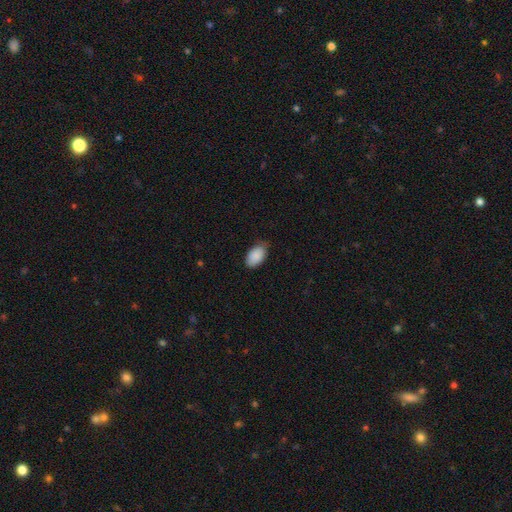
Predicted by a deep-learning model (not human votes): This appears to be a smooth galaxy with no disk features (89%) that is in between round and cigar-shaped (94%). Merging: none (70%).